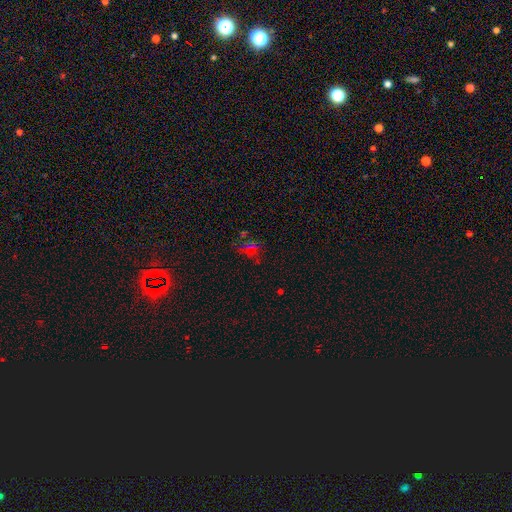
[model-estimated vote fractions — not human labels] Smooth or featured? Predicted: smooth (p=0.42). Merging? Predicted: none (p=0.53).